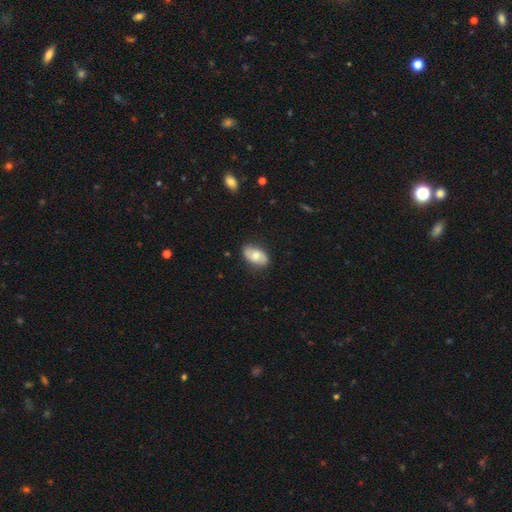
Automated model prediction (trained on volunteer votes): Q: Smooth or featured?
A: smooth (64%); runner-up: featured or disk (29%)
Q: How rounded?
A: in between (93%); runner-up: round (5%)
Q: Merging?
A: none (81%); runner-up: minor disturbance (15%)